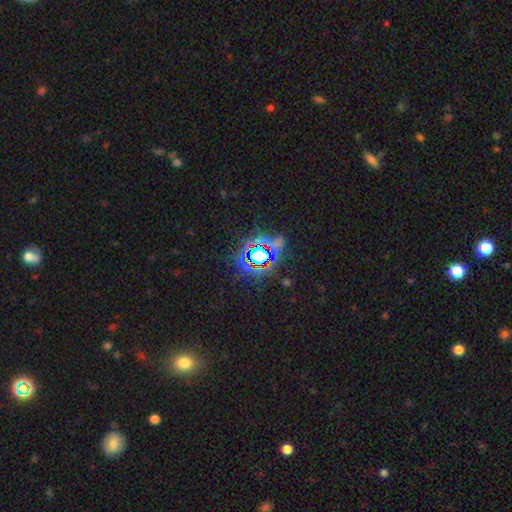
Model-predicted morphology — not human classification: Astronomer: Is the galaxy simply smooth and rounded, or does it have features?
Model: star or artifact — 74%.